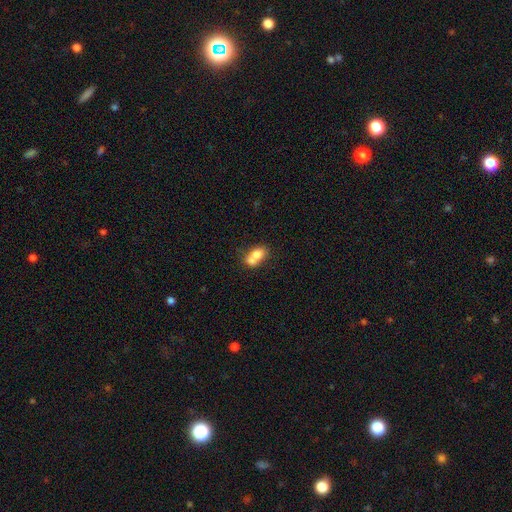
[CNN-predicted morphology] A smooth galaxy with no disk features (72%) that is in between round and cigar-shaped (67%).

Vote fractions:
- Smooth or featured? smooth: 72% / featured or disk: 19% / star or artifact: 9%
- How rounded? in between: 67% / round: 31% / cigar-shaped: 2%
- Merging? merger: 59% / none: 26% / minor disturbance: 10% / major disturbance: 5%